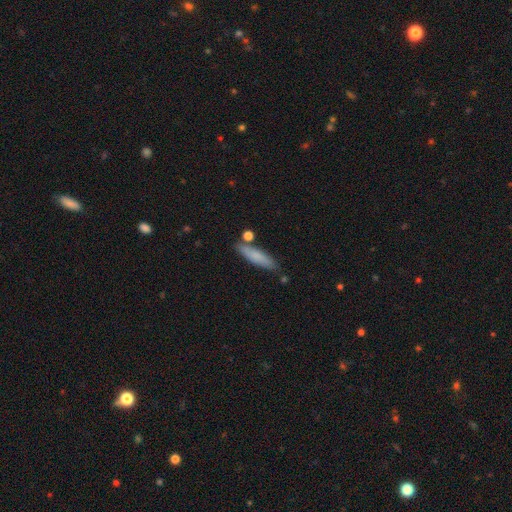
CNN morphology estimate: This is likely a smooth galaxy (77%). How rounded: likely cigar-shaped (79%). Merging: likely none (80%).